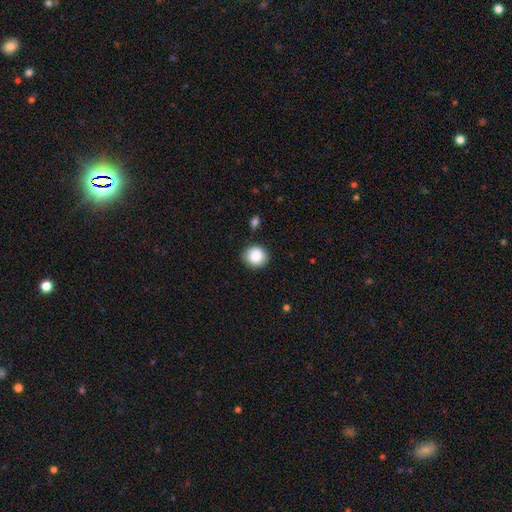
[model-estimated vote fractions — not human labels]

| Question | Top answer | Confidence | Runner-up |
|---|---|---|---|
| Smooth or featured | smooth | 86% | star or artifact (9%) |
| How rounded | round | 88% | in between (11%) |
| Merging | none | 87% | minor disturbance (9%) |